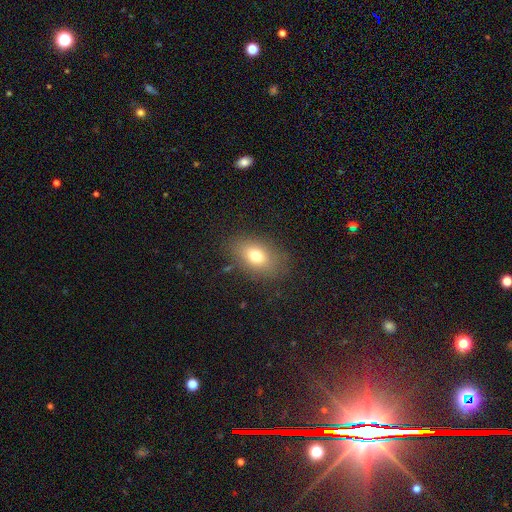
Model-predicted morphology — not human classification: type=smooth (75%); roundness=in between (83%); merging=none (81%).